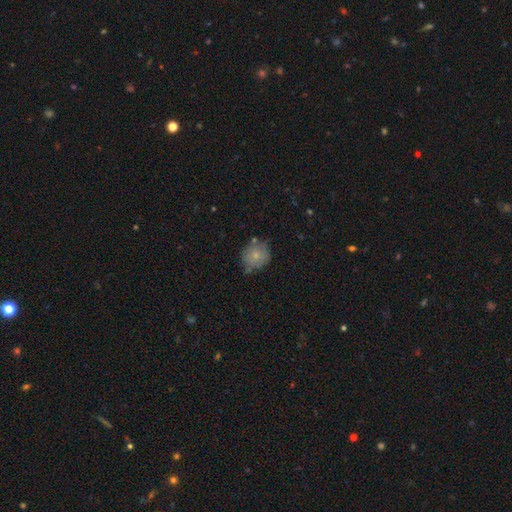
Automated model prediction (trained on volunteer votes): smooth 73%, featured or disk 18%, star or artifact 9%. Down the decision tree: how rounded — round (80%); merging — none (63%).